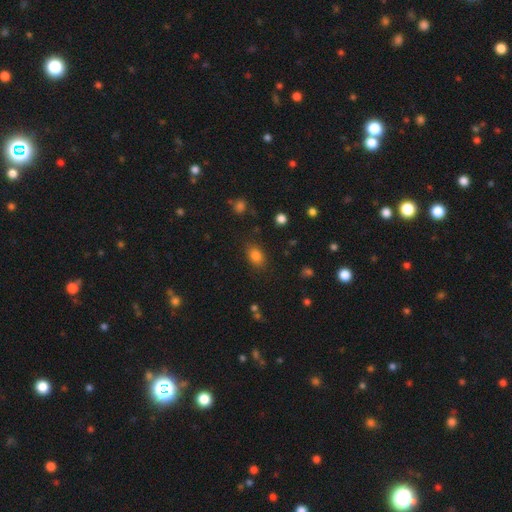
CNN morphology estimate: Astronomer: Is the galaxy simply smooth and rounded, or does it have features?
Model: smooth — 82%.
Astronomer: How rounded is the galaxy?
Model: in between — 77%.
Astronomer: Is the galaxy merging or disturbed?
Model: none — 83%.